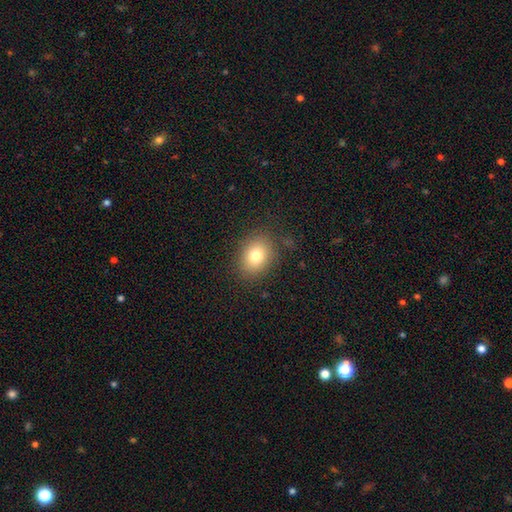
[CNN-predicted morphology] A smooth galaxy with no disk features (77%) that is in between round and cigar-shaped (53%).

Vote fractions:
- Smooth or featured? smooth: 77% / star or artifact: 12% / featured or disk: 11%
- How rounded? in between: 53% / round: 46% / cigar-shaped: 1%
- Merging? none: 84% / minor disturbance: 10% / major disturbance: 4% / merger: 1%